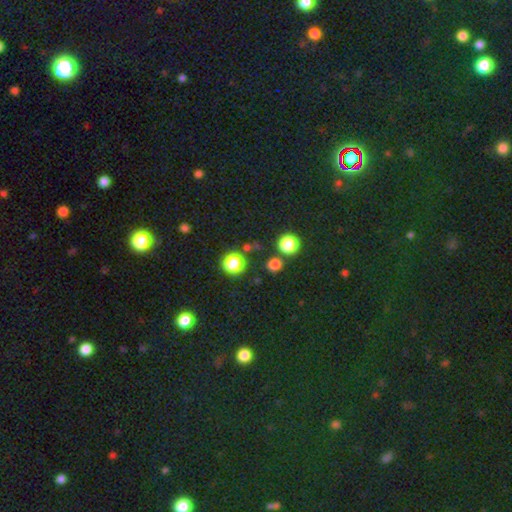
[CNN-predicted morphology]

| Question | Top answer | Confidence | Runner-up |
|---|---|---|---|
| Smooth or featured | star or artifact | 74% | smooth (19%) |